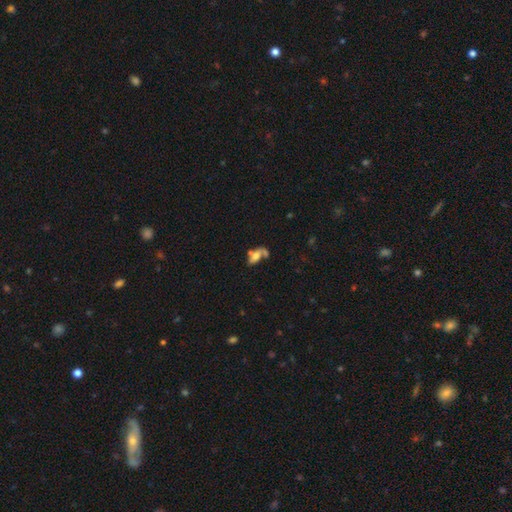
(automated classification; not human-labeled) featured or disk 46%, smooth 43%, star or artifact 11%. Down the decision tree: merging — merger (34%).